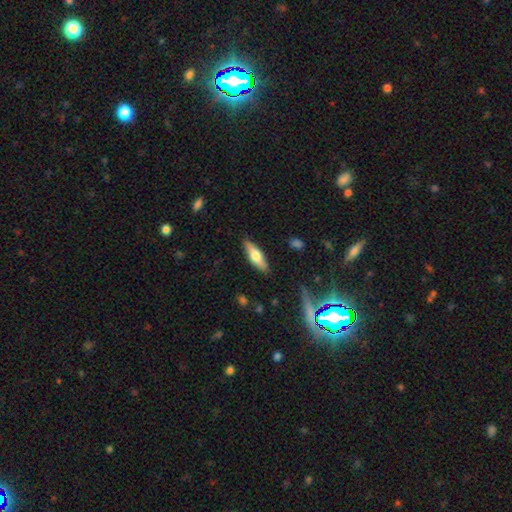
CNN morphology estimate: Overall: smooth (60%; featured or disk 34%). How rounded: in between (51%; cigar-shaped 47%). Merging: none (87%).